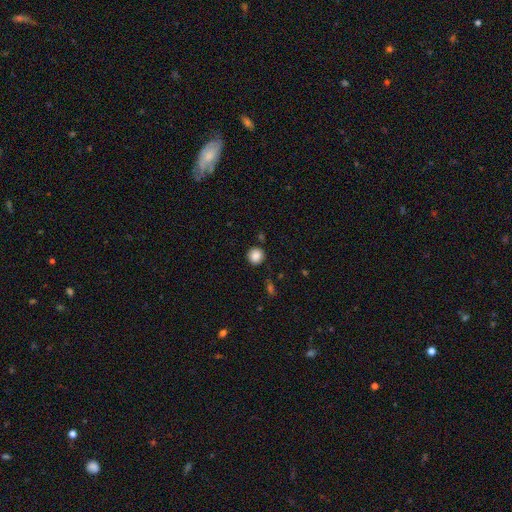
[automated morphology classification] smooth-or-featured: smooth: 87% | star or artifact: 9% | featured or disk: 4%
  how-rounded: round: 93% | in between: 6% | cigar-shaped: 1%
  merging: none: 88% | minor disturbance: 8% | major disturbance: 2% | merger: 2%